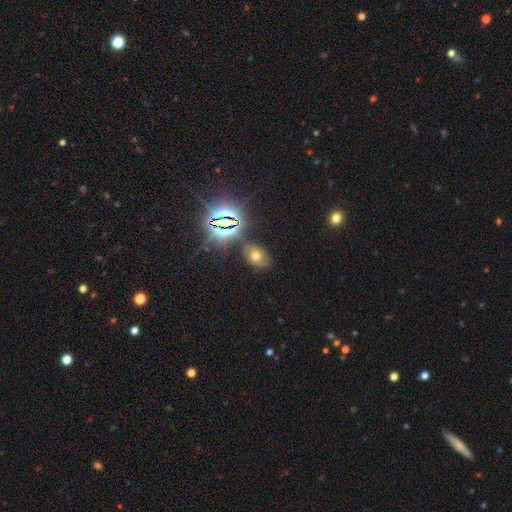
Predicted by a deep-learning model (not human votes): smooth-or-featured: star or artifact: 44% | smooth: 38% | featured or disk: 18%